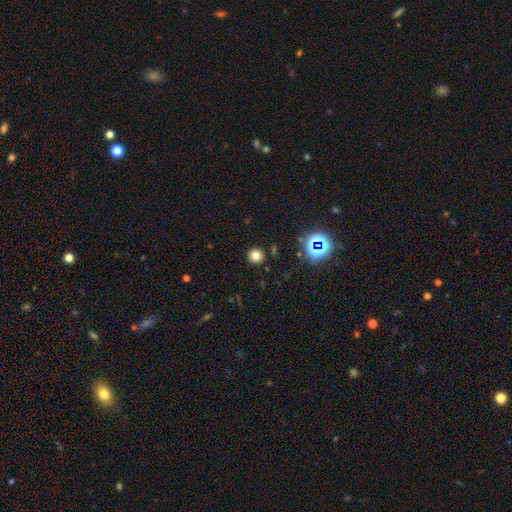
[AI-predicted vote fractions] A smooth galaxy with no disk features (74%) that is round (94%). Merging: none (90%).